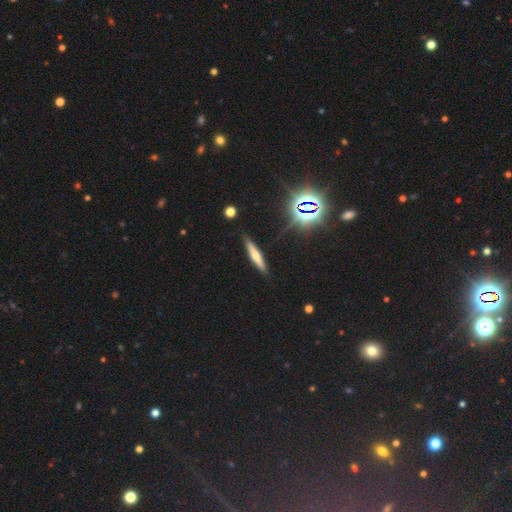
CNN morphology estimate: A smooth galaxy with no disk features (46%).

Vote fractions:
- Smooth or featured? smooth: 46% / featured or disk: 41% / star or artifact: 13%
- Merging? none: 87% / minor disturbance: 9% / major disturbance: 2% / merger: 2%